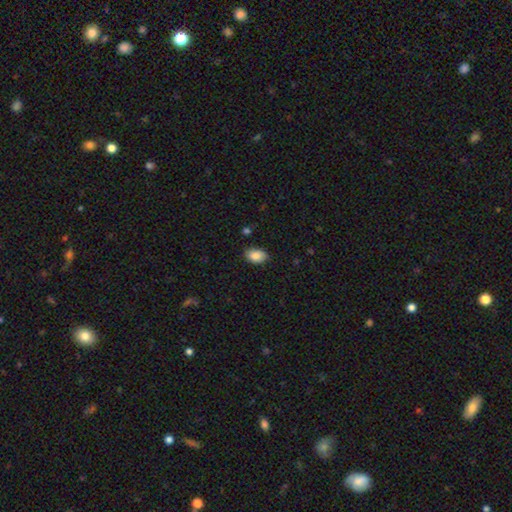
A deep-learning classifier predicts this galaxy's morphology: A smooth galaxy with no disk features (86%) that is in between round and cigar-shaped (88%).

Vote fractions:
- Smooth or featured? smooth: 86% / star or artifact: 7% / featured or disk: 6%
- How rounded? in between: 88% / round: 11% / cigar-shaped: 1%
- Merging? none: 83% / minor disturbance: 13% / major disturbance: 2% / merger: 1%